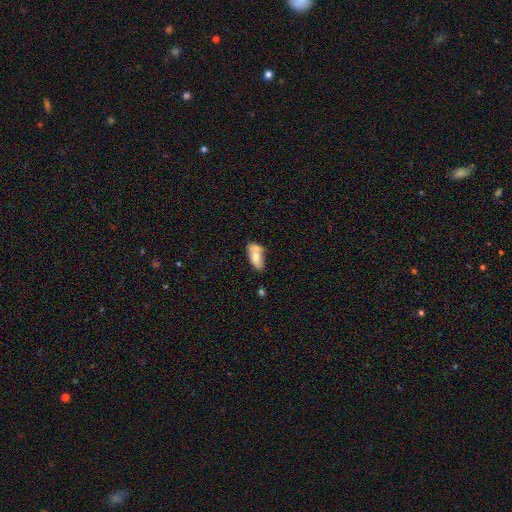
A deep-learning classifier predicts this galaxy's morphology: This is likely a smooth galaxy (69%). How rounded: clearly in between (86%). Merging: marginally none (40%).